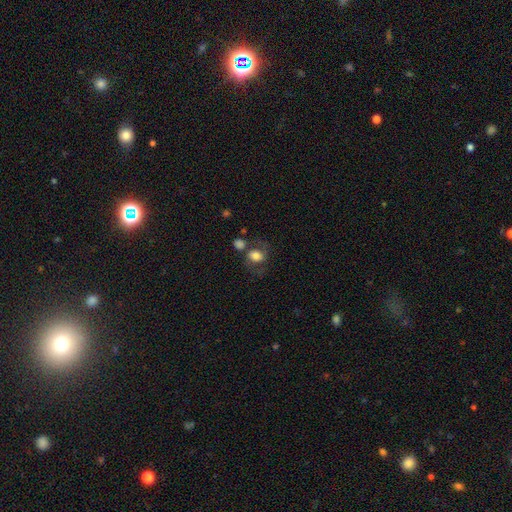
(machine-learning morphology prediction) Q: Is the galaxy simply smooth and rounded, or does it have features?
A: smooth — 65%.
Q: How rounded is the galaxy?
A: round — 50%.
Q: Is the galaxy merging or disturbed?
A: none — 49%.